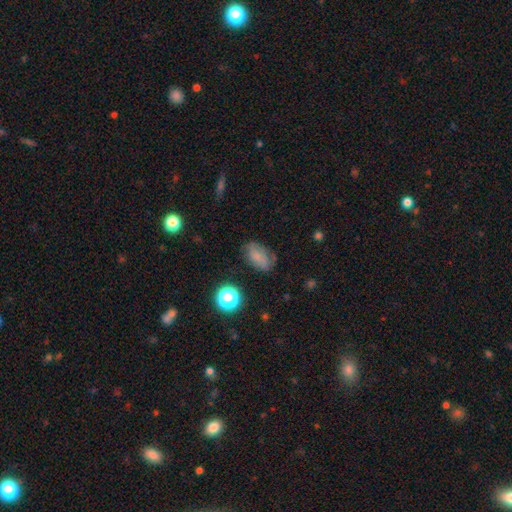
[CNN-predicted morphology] A smooth galaxy with no disk features (72%) that is in between round and cigar-shaped (87%). Merging: none (66%).